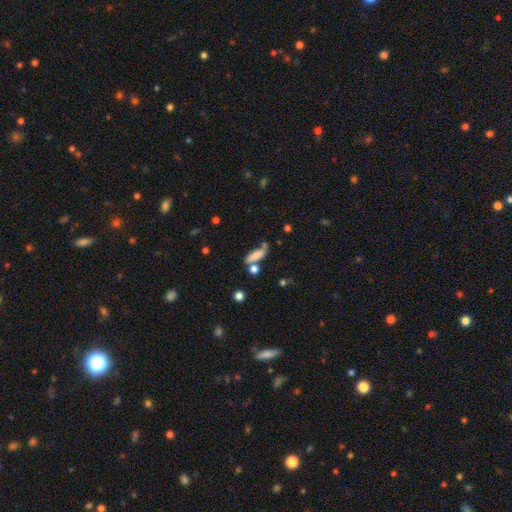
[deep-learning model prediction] smooth_or_featured: smooth (p=0.75) [alt: featured or disk p=0.15]
how_rounded: in between (p=0.50) [alt: cigar-shaped p=0.46]
merging: none (p=0.52) [alt: merger p=0.20]